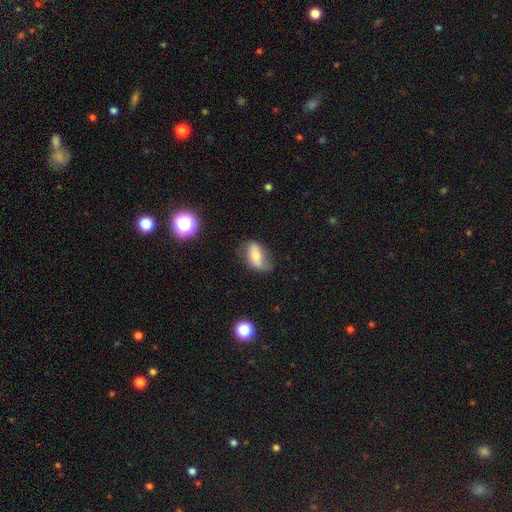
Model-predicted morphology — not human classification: type=smooth (48%); merging=none (58%).